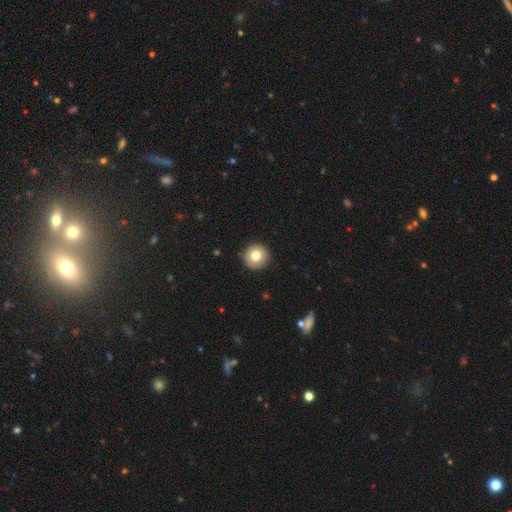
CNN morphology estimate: Q: Smooth or featured?
A: smooth (80%); runner-up: featured or disk (11%)
Q: How rounded?
A: round (96%); runner-up: in between (3%)
Q: Merging?
A: none (92%); runner-up: minor disturbance (5%)